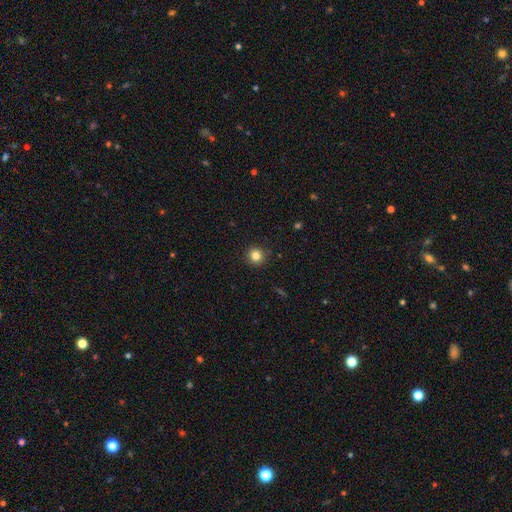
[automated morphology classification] Smooth or featured?
  - smooth: 83% *
  - star or artifact: 12%
  - featured or disk: 6%
How rounded?
  - round: 93% *
  - in between: 6%
  - cigar-shaped: 1%
Merging?
  - none: 91% *
  - minor disturbance: 6%
  - major disturbance: 2%
  - merger: 1%